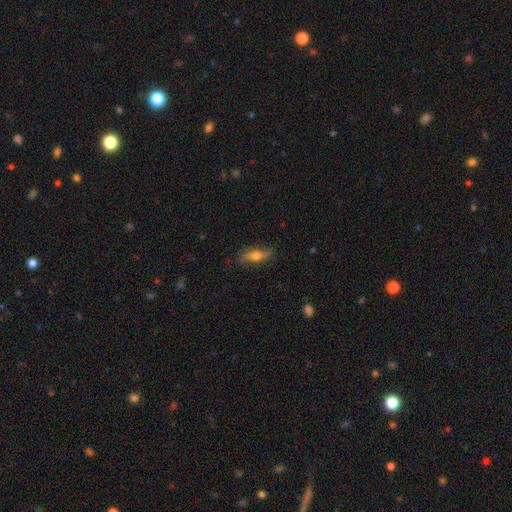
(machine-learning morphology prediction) This appears to be a smooth galaxy with no disk features (54%) that is in between round and cigar-shaped (53%). Merging: none (80%).